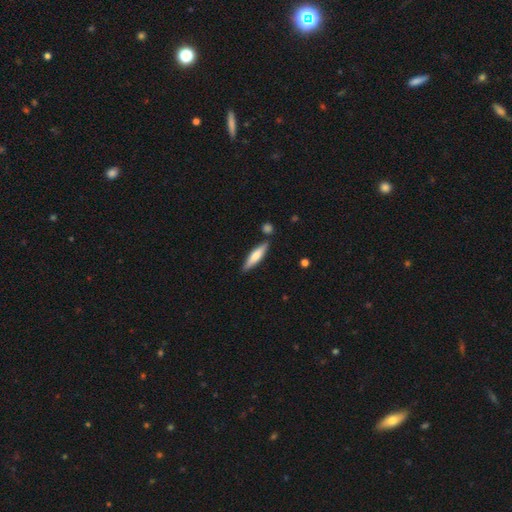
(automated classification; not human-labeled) Smooth or featured: smooth — 61% (featured or disk — 33%)
How rounded: cigar-shaped — 79% (in between — 19%)
Merging: none — 82% (minor disturbance — 11%)